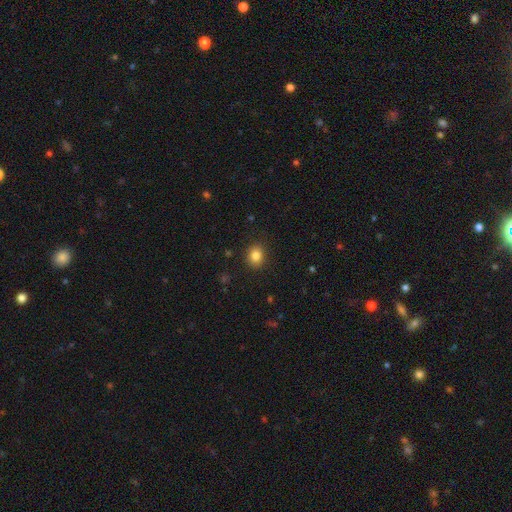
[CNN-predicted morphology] Smooth or featured? smooth (84%)
How rounded? round (69%)
Merging? none (89%)